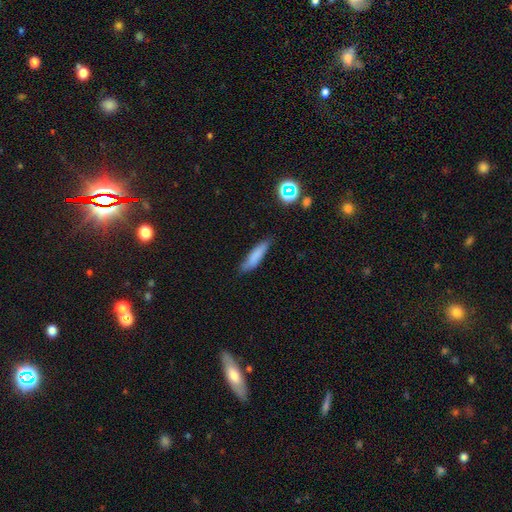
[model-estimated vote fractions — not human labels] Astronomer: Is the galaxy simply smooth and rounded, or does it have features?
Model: smooth — 80%.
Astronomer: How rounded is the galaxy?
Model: cigar-shaped — 74%.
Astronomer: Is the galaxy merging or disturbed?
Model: none — 78%.